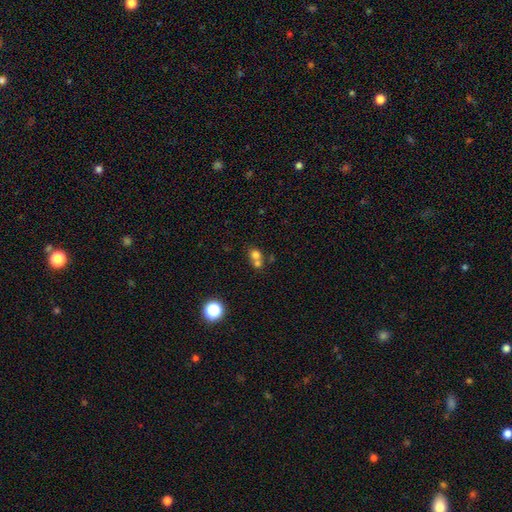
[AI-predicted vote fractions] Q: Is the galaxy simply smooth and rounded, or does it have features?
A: smooth — 72%.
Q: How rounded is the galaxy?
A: round — 75%.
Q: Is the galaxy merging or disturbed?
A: merger — 57%.